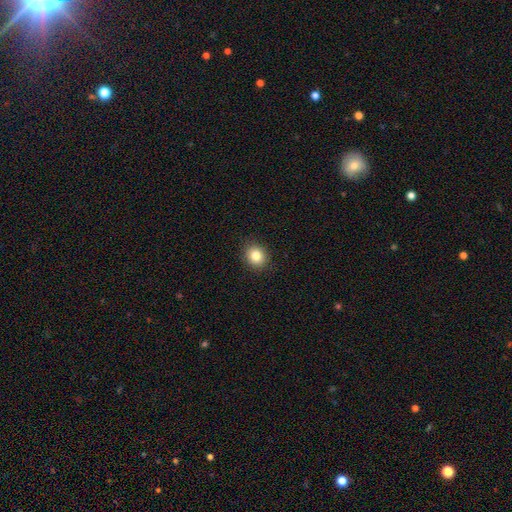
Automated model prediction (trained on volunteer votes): The model was most divided on "how rounded": round: 76%, in between: 23%, cigar-shaped: 1%. More confident: merging — none (90%); smooth or featured — smooth (83%).